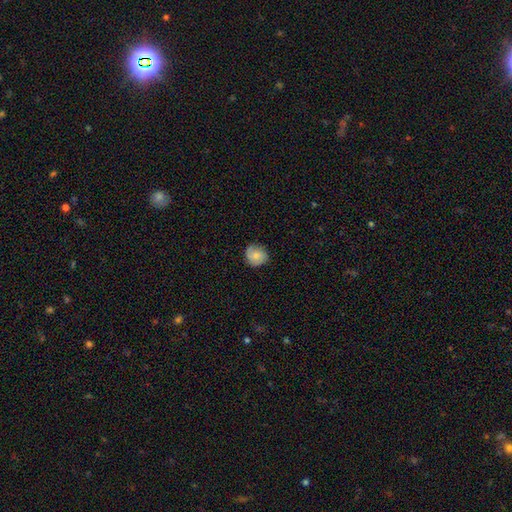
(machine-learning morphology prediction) The model was most divided on "smooth or featured": smooth: 64%, featured or disk: 28%, star or artifact: 8%. More confident: how rounded — round (81%); merging — none (73%).